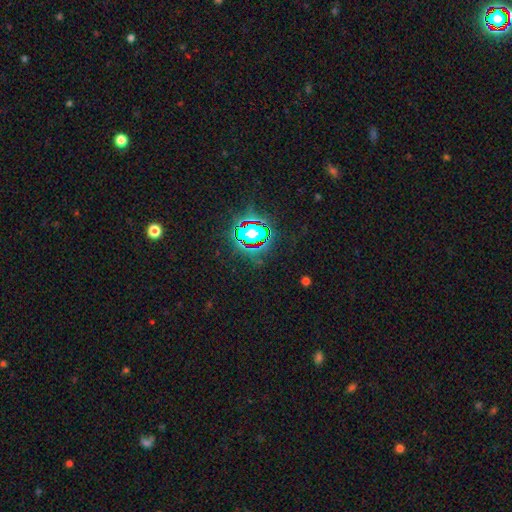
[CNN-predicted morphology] This appears to be a star or artifact, not a galaxy (81%).